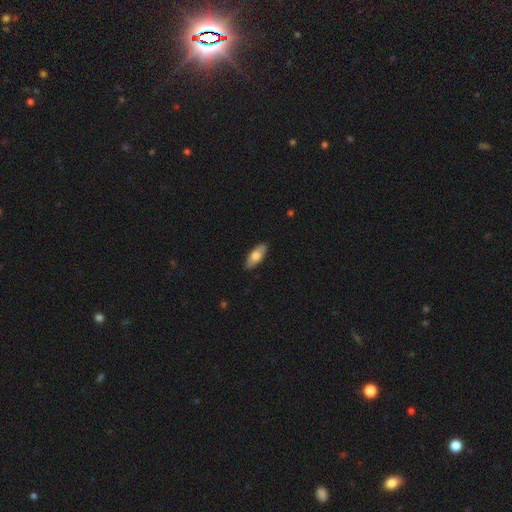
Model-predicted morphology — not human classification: smooth_or_featured: smooth (p=0.70) [alt: featured or disk p=0.24]
how_rounded: in between (p=0.77) [alt: cigar-shaped p=0.20]
merging: none (p=0.88) [alt: minor disturbance p=0.10]